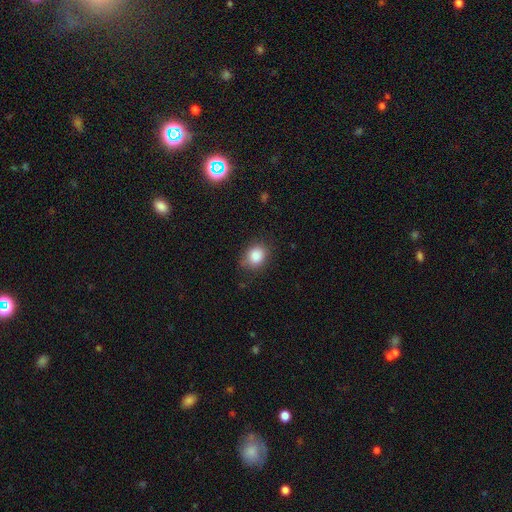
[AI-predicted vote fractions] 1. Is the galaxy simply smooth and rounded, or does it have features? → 86% smooth, 9% star or artifact, 5% featured or disk.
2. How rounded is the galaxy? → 55% round, 44% in between, 1% cigar-shaped.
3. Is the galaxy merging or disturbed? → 75% none, 19% minor disturbance, 5% major disturbance, 1% merger.